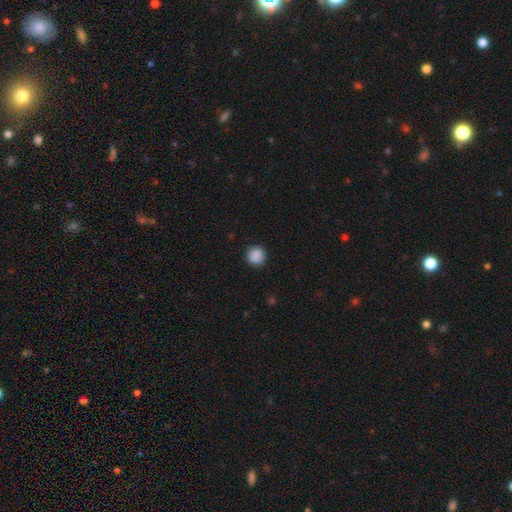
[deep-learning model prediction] Smooth or featured? Predicted: smooth (p=0.89). How rounded? Predicted: round (p=0.92). Merging? Predicted: none (p=0.90).